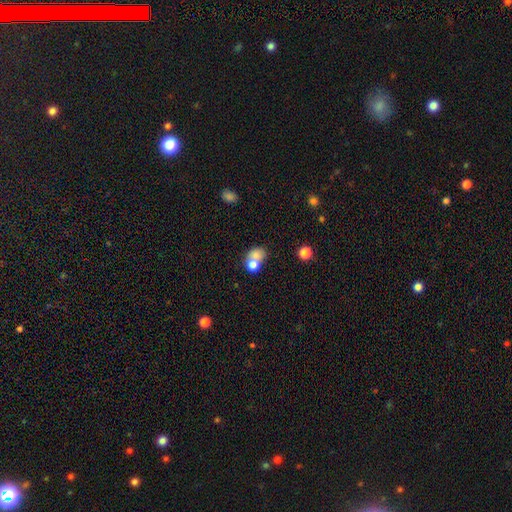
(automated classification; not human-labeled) This is likely a smooth galaxy (72%). How rounded: possibly round (50%). Merging: possibly merger (56%).